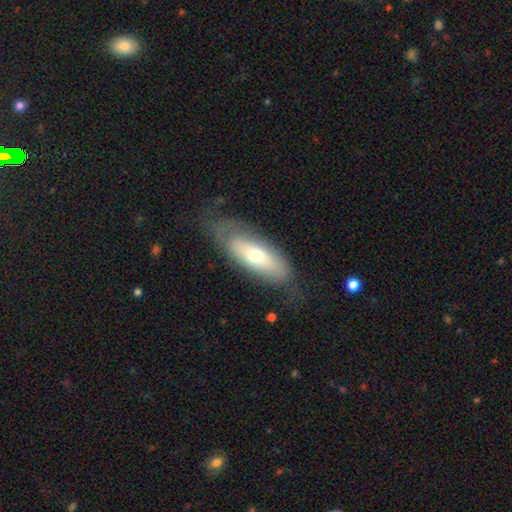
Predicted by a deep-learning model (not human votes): A smooth galaxy with no disk features (58%) that is in between round and cigar-shaped (70%).

Vote fractions:
- Smooth or featured? smooth: 58% / featured or disk: 35% / star or artifact: 7%
- How rounded? in between: 70% / cigar-shaped: 27% / round: 3%
- Merging? none: 62% / minor disturbance: 24% / major disturbance: 13% / merger: 2%